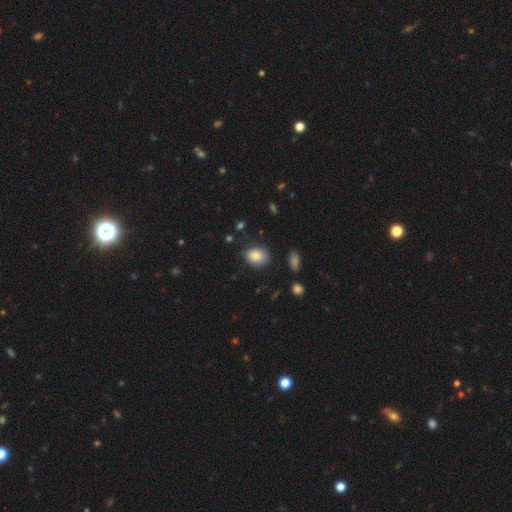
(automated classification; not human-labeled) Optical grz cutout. It shows a smooth galaxy with no disk features (84%) that is in between round and cigar-shaped (62%). Merging: none (73%).